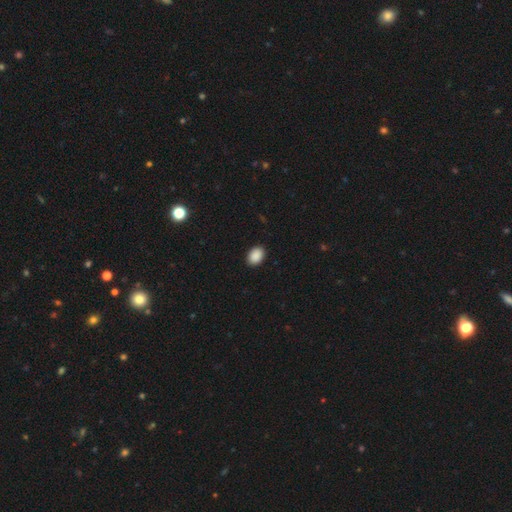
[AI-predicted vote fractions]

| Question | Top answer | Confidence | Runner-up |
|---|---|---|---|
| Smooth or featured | smooth | 90% | star or artifact (8%) |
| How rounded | in between | 79% | round (20%) |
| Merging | none | 91% | minor disturbance (7%) |